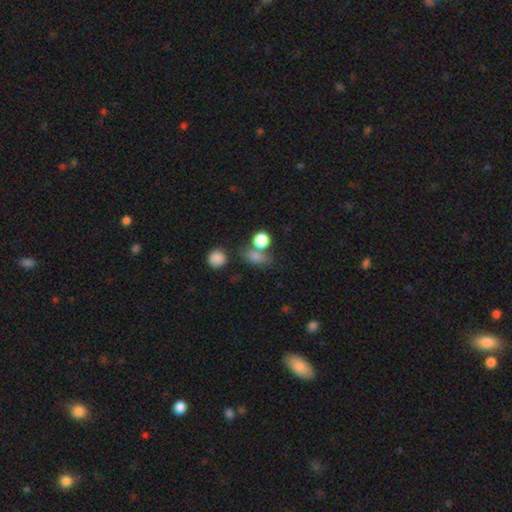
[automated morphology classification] smooth_or_featured: smooth (p=0.73) [alt: star or artifact p=0.17]
how_rounded: in between (p=0.52) [alt: round p=0.41]
merging: none (p=0.56) [alt: merger p=0.23]